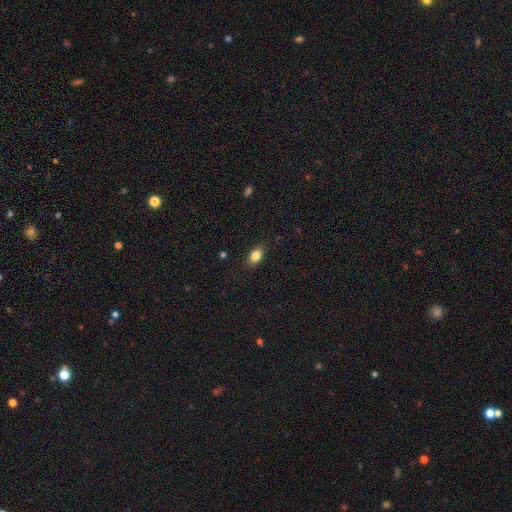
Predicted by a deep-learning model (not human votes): smooth 83%, star or artifact 9%, featured or disk 8%. Down the decision tree: how rounded — in between (84%); merging — none (86%).